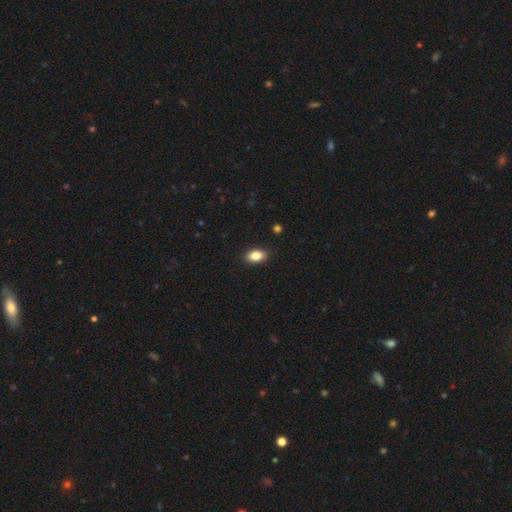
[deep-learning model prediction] This appears to be a smooth galaxy with no disk features (86%) that is in between round and cigar-shaped (89%). Merging: none (89%).